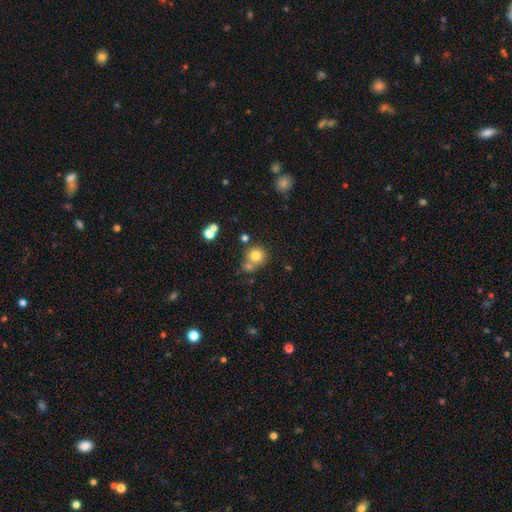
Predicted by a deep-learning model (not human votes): smooth-or-featured: smooth: 77% | star or artifact: 13% | featured or disk: 11%
  how-rounded: round: 88% | in between: 11% | cigar-shaped: 1%
  merging: none: 59% | merger: 26% | minor disturbance: 11% | major disturbance: 4%